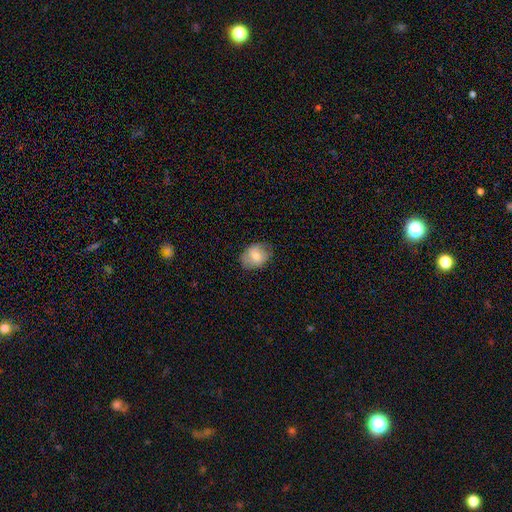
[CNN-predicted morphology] smooth-or-featured: smooth: 68% | featured or disk: 25% | star or artifact: 7%
  how-rounded: in between: 59% | round: 40% | cigar-shaped: 1%
  merging: none: 75% | minor disturbance: 19% | major disturbance: 5% | merger: 1%